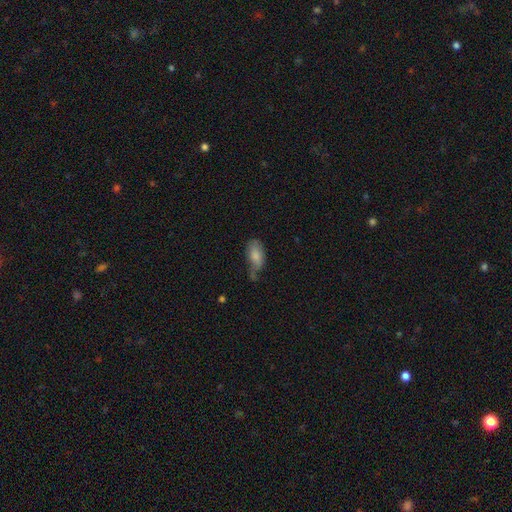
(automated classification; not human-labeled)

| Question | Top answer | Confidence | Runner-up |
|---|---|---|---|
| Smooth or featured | smooth | 79% | featured or disk (14%) |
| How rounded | in between | 91% | cigar-shaped (5%) |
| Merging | none | 40% | minor disturbance (36%) |